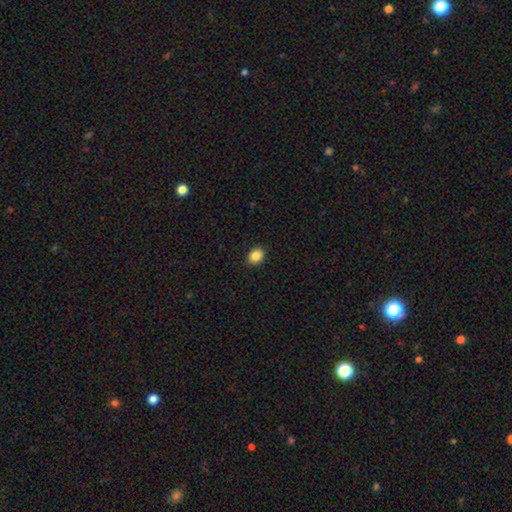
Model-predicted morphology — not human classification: Smooth or featured: smooth — 86% (star or artifact — 9%)
How rounded: round — 51% (in between — 49%)
Merging: none — 91% (minor disturbance — 7%)